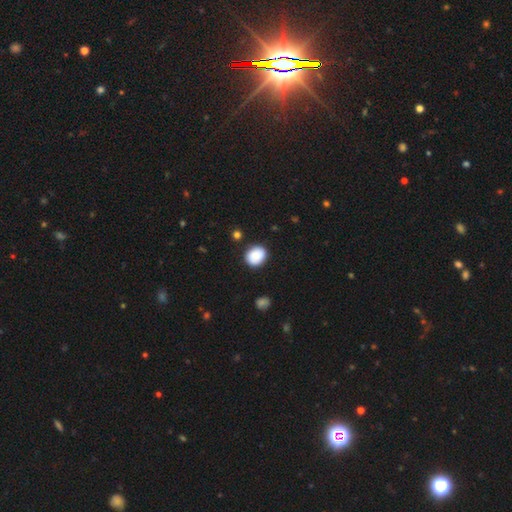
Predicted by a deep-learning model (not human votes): This is clearly a smooth galaxy (87%). How rounded: likely round (61%). Merging: clearly none (84%).